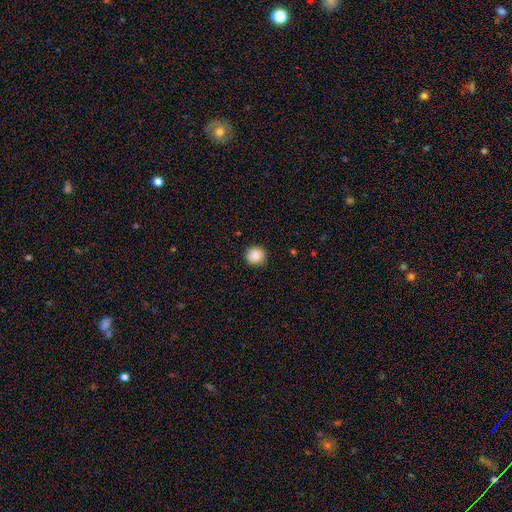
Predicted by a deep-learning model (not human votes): Smooth or featured? smooth (85%)
How rounded? round (94%)
Merging? none (91%)